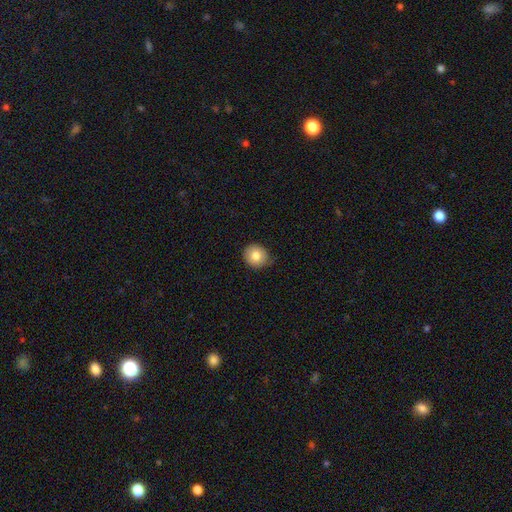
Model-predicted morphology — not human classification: smooth-or-featured: smooth: 81% | featured or disk: 10% | star or artifact: 9%
  how-rounded: round: 85% | in between: 14% | cigar-shaped: 1%
  merging: none: 79% | minor disturbance: 18% | major disturbance: 3% | merger: 1%